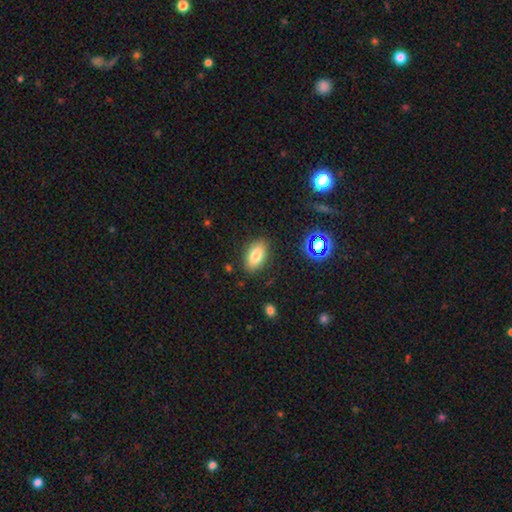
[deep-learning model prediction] smooth-or-featured: smooth: 80% | featured or disk: 11% | star or artifact: 9%
  how-rounded: in between: 90% | round: 5% | cigar-shaped: 5%
  merging: none: 86% | minor disturbance: 10% | major disturbance: 3% | merger: 2%